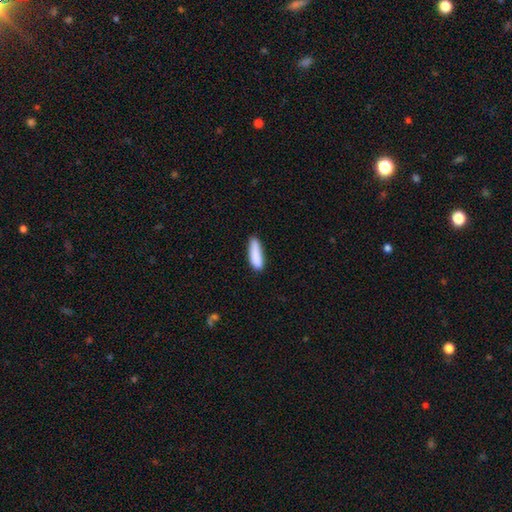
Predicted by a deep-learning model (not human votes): Smooth or featured? Predicted: smooth (p=0.87). How rounded? Predicted: cigar-shaped (p=0.59). Merging? Predicted: none (p=0.75).